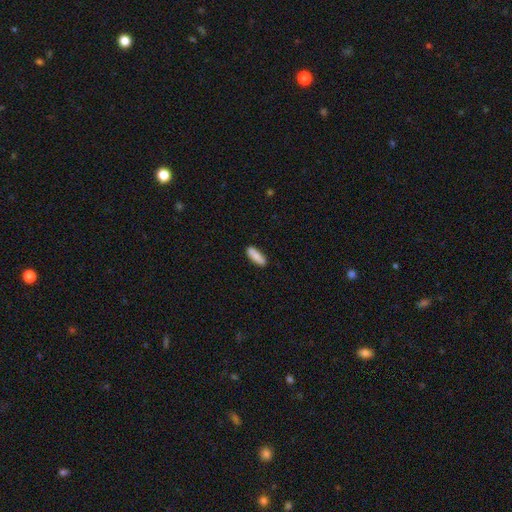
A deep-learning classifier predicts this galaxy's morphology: type=smooth (87%); roundness=in between (50%); merging=none (88%).